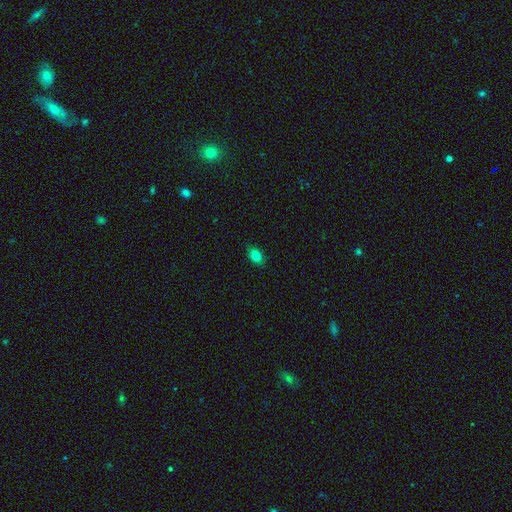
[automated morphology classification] Overall: smooth (82%). How rounded: in between (81%). Merging: none (86%).